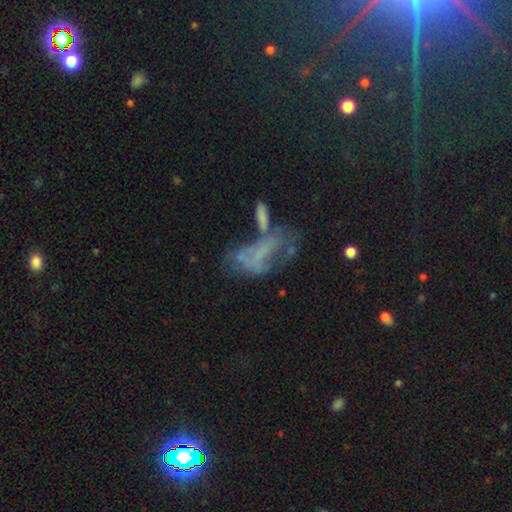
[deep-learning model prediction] The model was most divided on "merging": major disturbance: 35%, merger: 30%, none: 21%, minor disturbance: 14%. More confident: edge-on disk — no (92%); smooth or featured — featured or disk (50%).